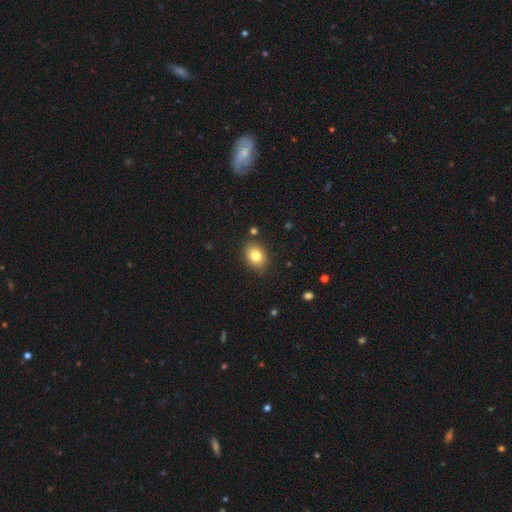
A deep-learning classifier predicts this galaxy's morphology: type=smooth (81%); roundness=in between (62%); merging=none (85%).